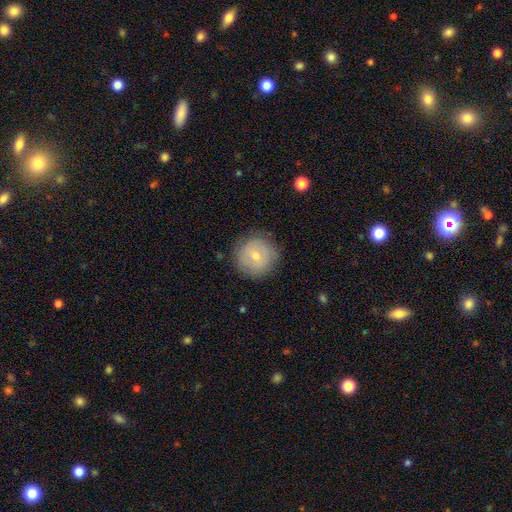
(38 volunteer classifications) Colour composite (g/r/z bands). It shows a smooth galaxy with no disk features (71%) that is round (96%). Merging: none (80%).